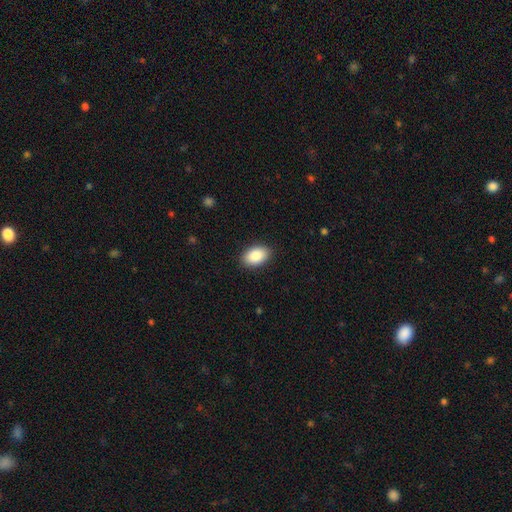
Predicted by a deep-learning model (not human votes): Smooth or featured?
  - smooth: 89% *
  - star or artifact: 6%
  - featured or disk: 5%
How rounded?
  - in between: 92% *
  - round: 7%
  - cigar-shaped: 1%
Merging?
  - none: 89% *
  - minor disturbance: 8%
  - major disturbance: 2%
  - merger: 1%